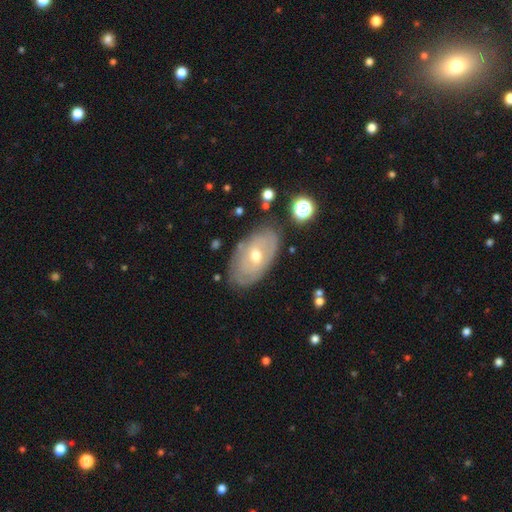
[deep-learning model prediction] Morphology: type=featured or disk (65%); edge-on=no (91%); bar=no (65%); spiral arms=yes (57%); bulge=moderate (57%); merging=none (77%).